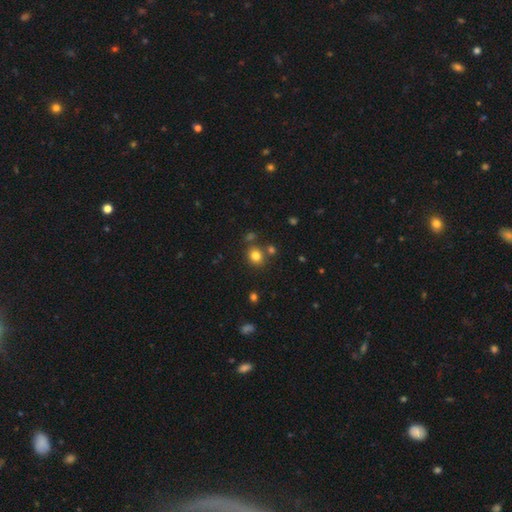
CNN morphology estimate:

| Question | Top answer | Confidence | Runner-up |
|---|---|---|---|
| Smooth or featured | smooth | 80% | star or artifact (14%) |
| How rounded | round | 78% | in between (21%) |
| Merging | none | 77% | merger (10%) |